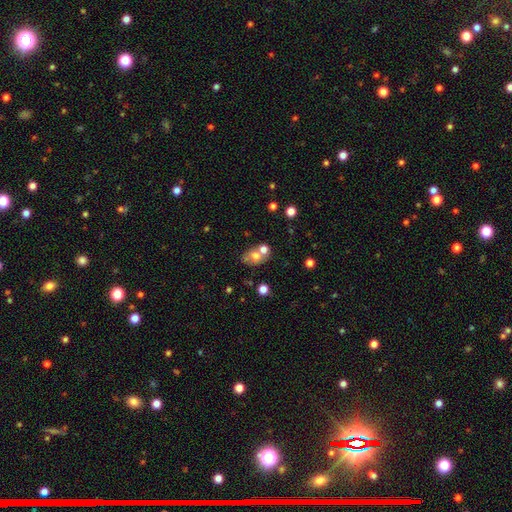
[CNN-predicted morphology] This is possibly a smooth galaxy (58%). How rounded: likely in between (68%). Merging: possibly none (47%).